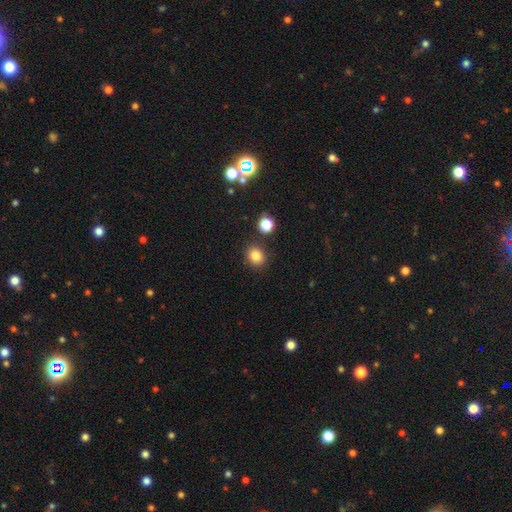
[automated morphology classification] smooth-or-featured: smooth: 83% | star or artifact: 12% | featured or disk: 5%
  how-rounded: round: 69% | in between: 30% | cigar-shaped: 1%
  merging: none: 85% | minor disturbance: 8% | merger: 4% | major disturbance: 3%